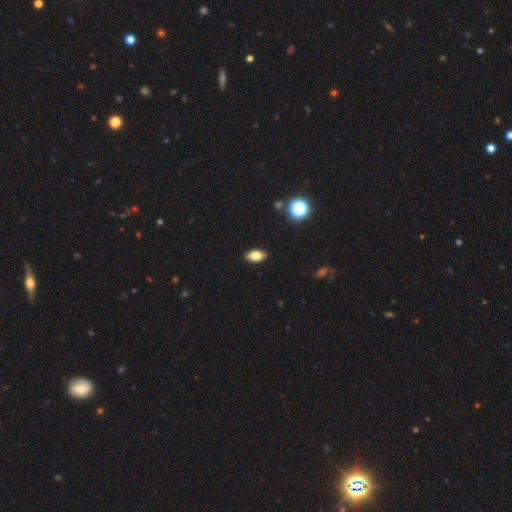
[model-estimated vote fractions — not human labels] smooth_or_featured: smooth (p=0.77) [alt: featured or disk p=0.12]
how_rounded: in between (p=0.89) [alt: round p=0.06]
merging: none (p=0.90) [alt: minor disturbance p=0.08]